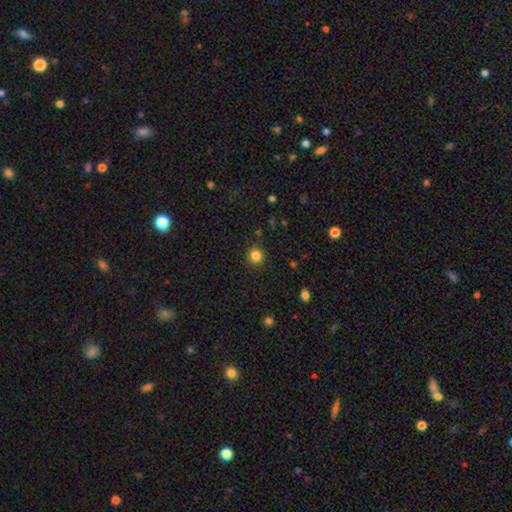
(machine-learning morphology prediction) smooth_or_featured: smooth (p=0.83) [alt: star or artifact p=0.12]
how_rounded: round (p=0.89) [alt: in between p=0.10]
merging: none (p=0.90) [alt: minor disturbance p=0.06]